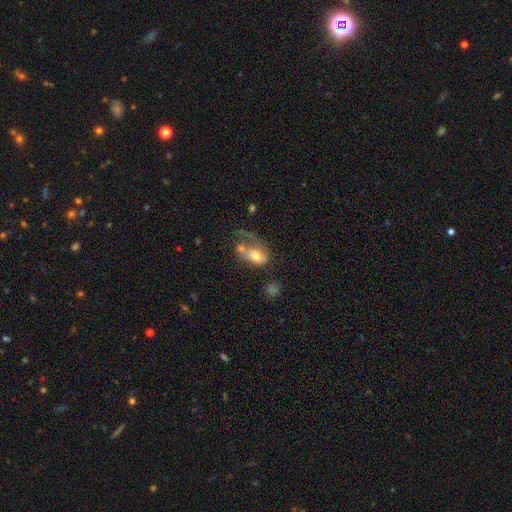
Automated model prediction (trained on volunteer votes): A smooth galaxy with no disk features (60%) that is in between round and cigar-shaped (78%). Merging: major disturbance (38%).